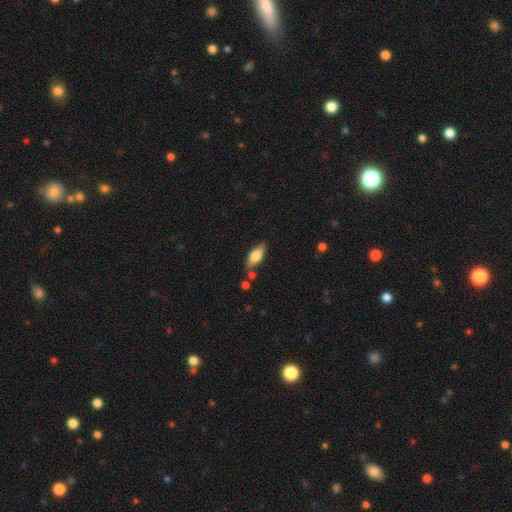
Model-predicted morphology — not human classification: Overall: smooth (73%). How rounded: in between (80%). Merging: none (72%).